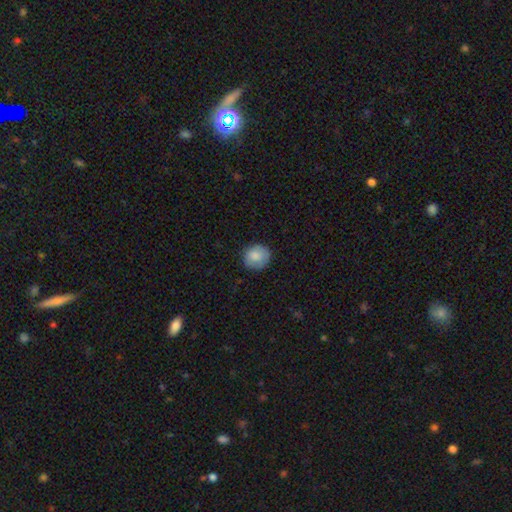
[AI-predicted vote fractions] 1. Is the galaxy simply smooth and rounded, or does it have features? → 83% smooth, 9% featured or disk, 8% star or artifact.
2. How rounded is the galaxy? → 88% round, 11% in between, 1% cigar-shaped.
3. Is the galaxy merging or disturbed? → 81% none, 15% minor disturbance, 3% major disturbance, 1% merger.